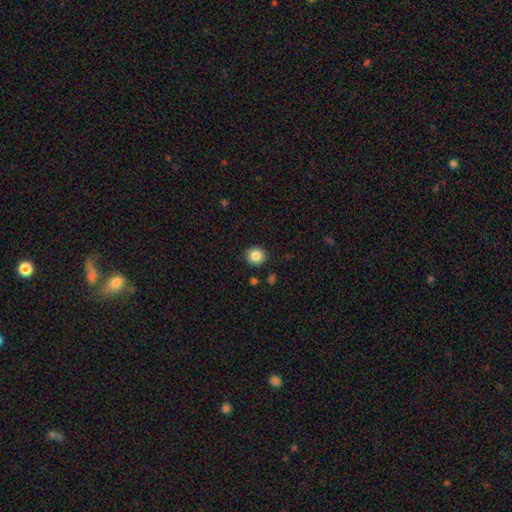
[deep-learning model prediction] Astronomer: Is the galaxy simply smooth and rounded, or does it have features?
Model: smooth — 86%.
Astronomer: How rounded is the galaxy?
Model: round — 93%.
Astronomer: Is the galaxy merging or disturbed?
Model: none — 91%.